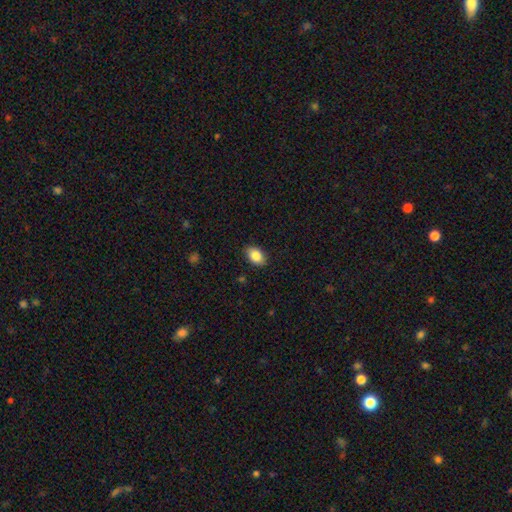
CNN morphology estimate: A smooth galaxy with no disk features (86%) that is in between round and cigar-shaped (87%). Merging: none (88%).